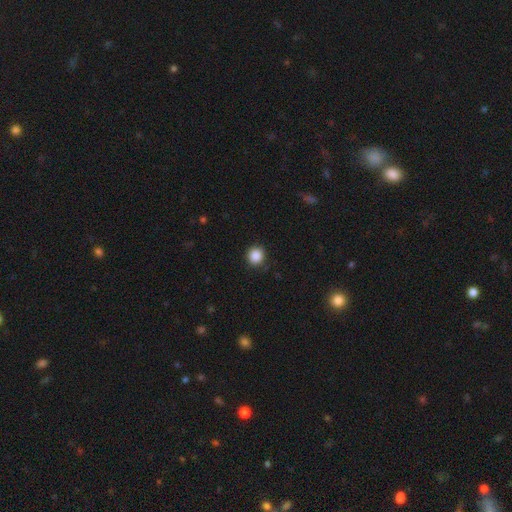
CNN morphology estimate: type=smooth (87%); roundness=round (92%); merging=none (89%).